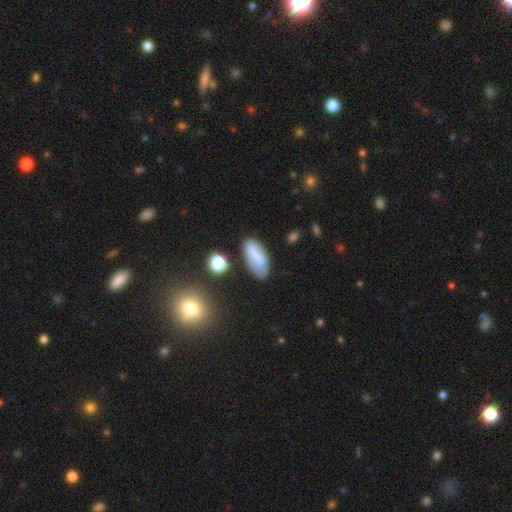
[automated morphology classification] smooth-or-featured: smooth: 67% | featured or disk: 24% | star or artifact: 9%
  how-rounded: in between: 82% | cigar-shaped: 15% | round: 3%
  merging: none: 67% | minor disturbance: 21% | major disturbance: 7% | merger: 5%